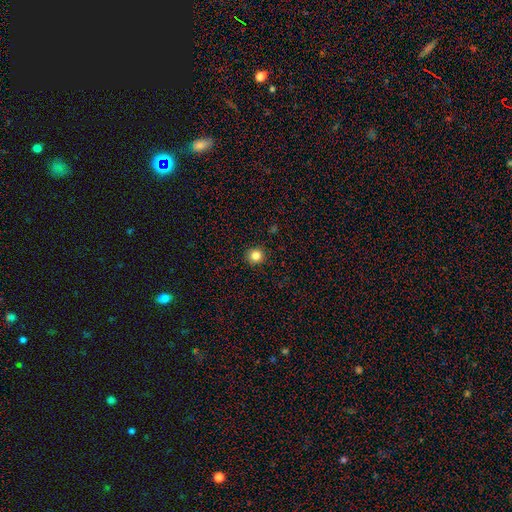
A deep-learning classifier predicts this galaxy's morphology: smooth-or-featured: smooth: 84% | star or artifact: 12% | featured or disk: 5%
  how-rounded: round: 93% | in between: 6% | cigar-shaped: 1%
  merging: none: 92% | minor disturbance: 5% | major disturbance: 2% | merger: 1%